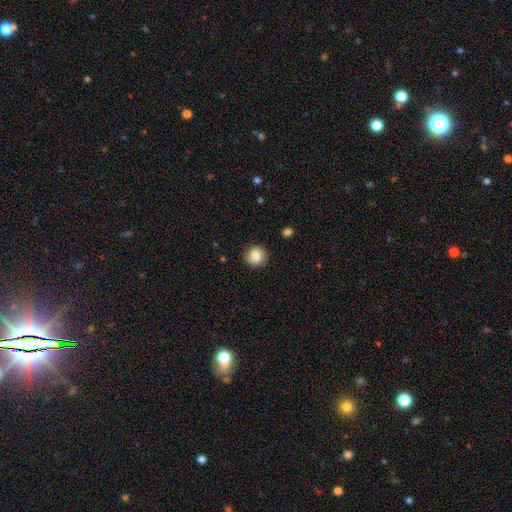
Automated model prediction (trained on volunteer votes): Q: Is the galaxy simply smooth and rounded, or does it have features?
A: smooth — 78%.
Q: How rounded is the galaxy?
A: round — 86%.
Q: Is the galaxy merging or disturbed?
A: none — 82%.